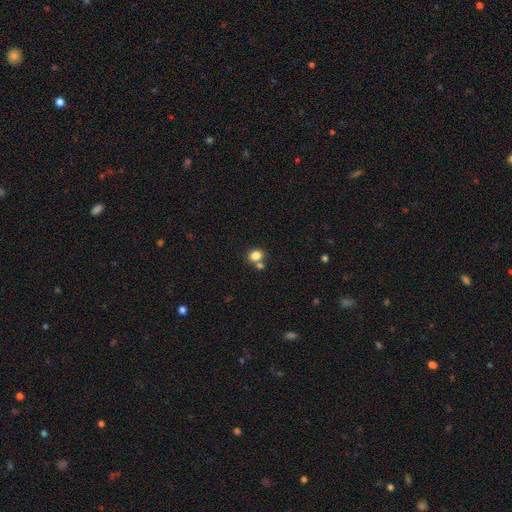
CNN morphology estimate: Smooth or featured?
  - smooth: 82% *
  - star or artifact: 11%
  - featured or disk: 7%
How rounded?
  - round: 57% *
  - in between: 42%
  - cigar-shaped: 1%
Merging?
  - none: 58% *
  - merger: 29%
  - minor disturbance: 10%
  - major disturbance: 3%